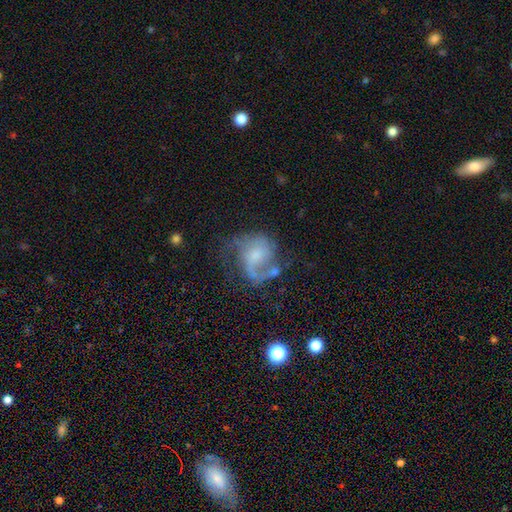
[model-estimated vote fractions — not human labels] A featured or disk galaxy (77%) with no bar (51%), 2 (60%) medium (45%) spiral arms (91%) and a small central bulge (39%). Merging: none (43%).